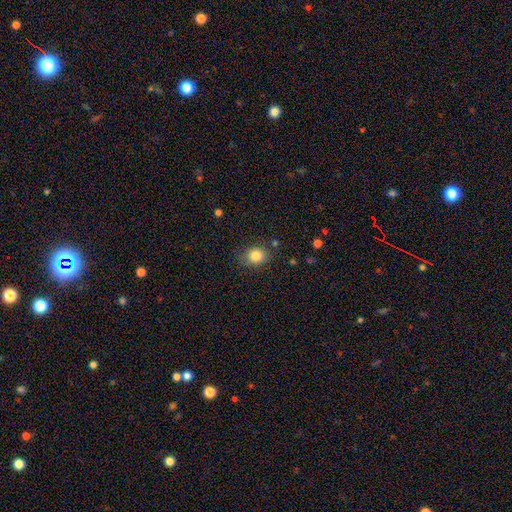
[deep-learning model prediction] A smooth galaxy with no disk features (84%) that is round (58%).

Vote fractions:
- Smooth or featured? smooth: 84% / star or artifact: 10% / featured or disk: 6%
- How rounded? round: 58% / in between: 41% / cigar-shaped: 1%
- Merging? none: 79% / minor disturbance: 15% / major disturbance: 4% / merger: 3%